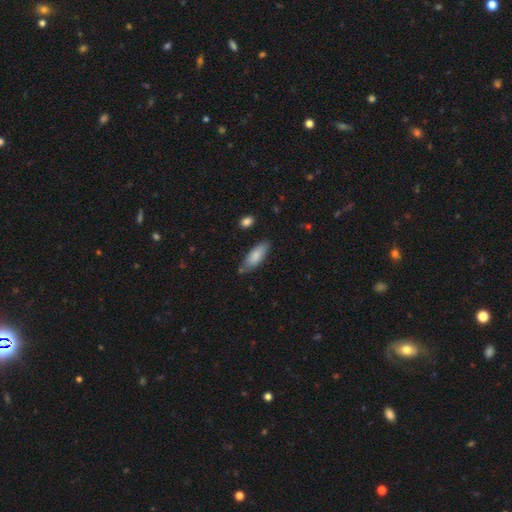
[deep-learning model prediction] Smooth or featured?
  - smooth: 84% *
  - featured or disk: 10%
  - star or artifact: 6%
How rounded?
  - in between: 71% *
  - cigar-shaped: 27%
  - round: 2%
Merging?
  - none: 77% *
  - minor disturbance: 16%
  - merger: 4%
  - major disturbance: 3%